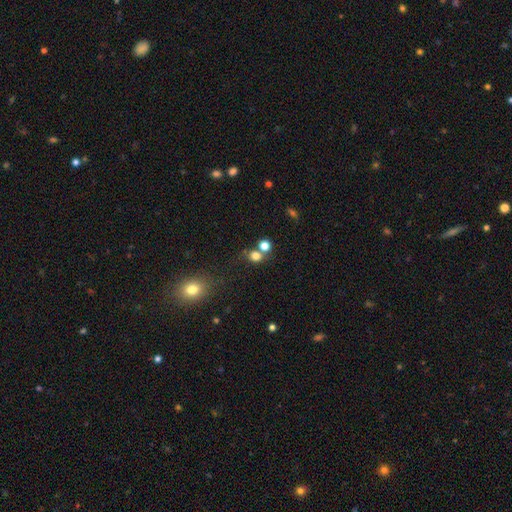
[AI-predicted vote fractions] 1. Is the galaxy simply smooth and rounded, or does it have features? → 74% smooth, 17% star or artifact, 8% featured or disk.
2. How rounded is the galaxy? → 80% round, 18% in between, 1% cigar-shaped.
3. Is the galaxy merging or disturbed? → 53% none, 33% merger, 9% minor disturbance, 5% major disturbance.